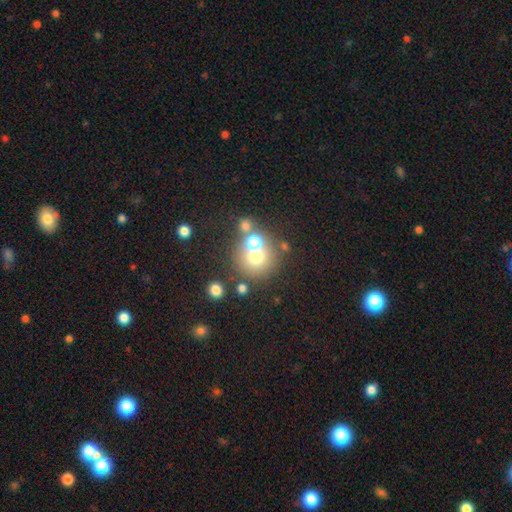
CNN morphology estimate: This is likely a smooth galaxy (64%). How rounded: clearly round (90%). Merging: possibly none (55%).